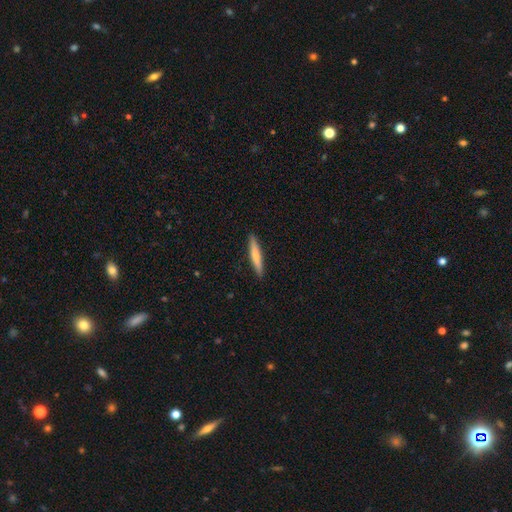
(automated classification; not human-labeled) A smooth galaxy with no disk features (68%) that is cigar-shaped (92%). Merging: none (91%).